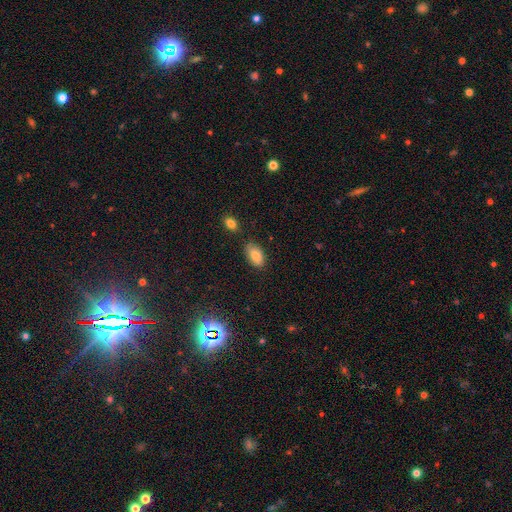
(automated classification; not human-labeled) smooth 84%, star or artifact 8%, featured or disk 8%. Down the decision tree: how rounded — in between (93%); merging — none (77%).